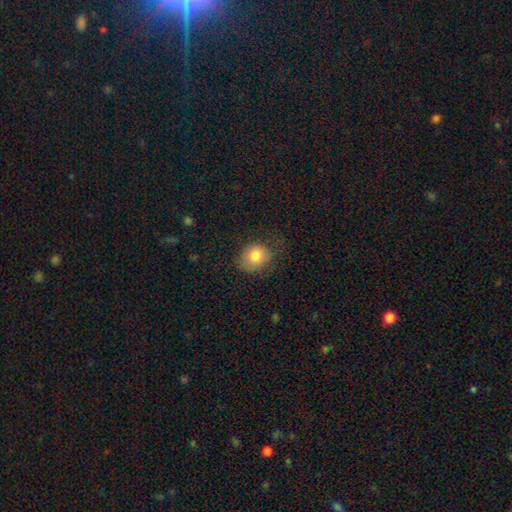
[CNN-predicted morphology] Smooth or featured? Predicted: smooth (p=0.83). How rounded? Predicted: round (p=0.56). Merging? Predicted: none (p=0.62).